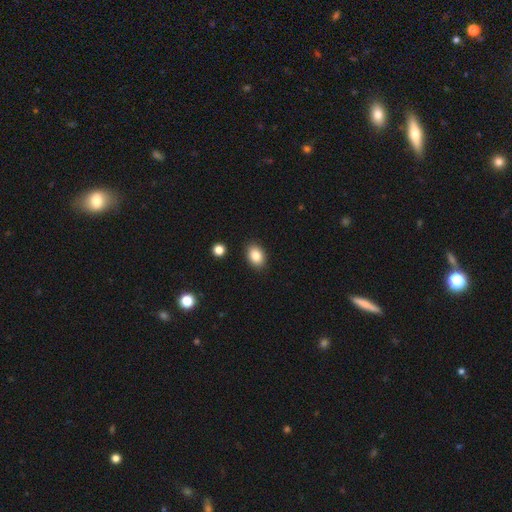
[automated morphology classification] This is clearly a smooth galaxy (85%). How rounded: likely in between (79%). Merging: clearly none (89%).